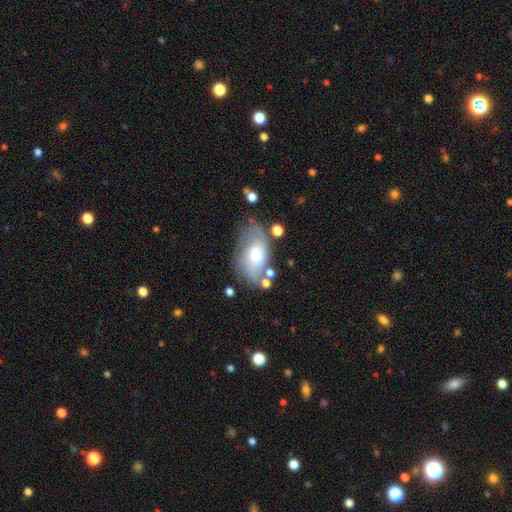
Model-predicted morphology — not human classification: Smooth or featured: featured or disk — 49% (smooth — 43%)
Merging: none — 47% (minor disturbance — 26%)